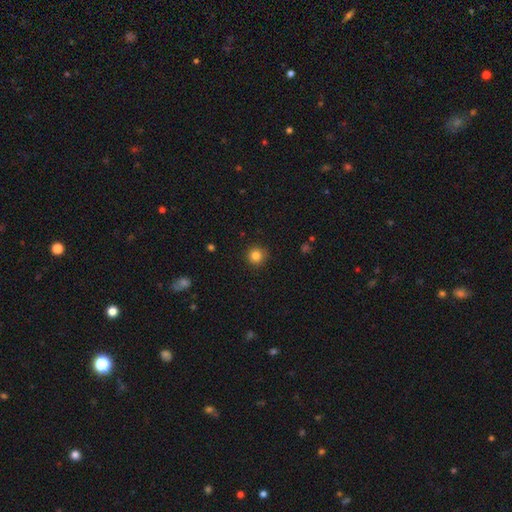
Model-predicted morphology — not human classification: Q: Smooth or featured?
A: smooth (83%); runner-up: star or artifact (12%)
Q: How rounded?
A: round (94%); runner-up: in between (5%)
Q: Merging?
A: none (91%); runner-up: minor disturbance (6%)